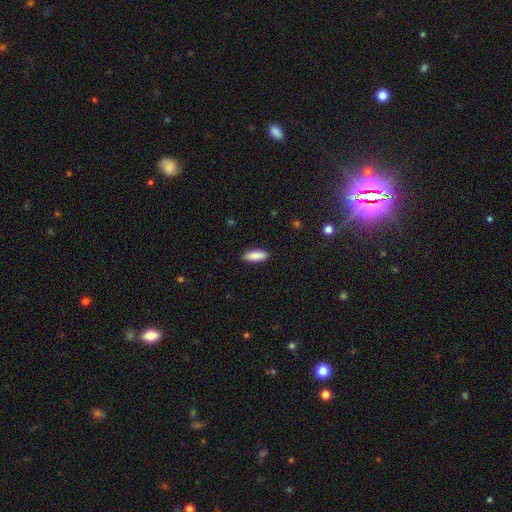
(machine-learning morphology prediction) The model was most divided on "how rounded": in between: 67%, cigar-shaped: 31%, round: 2%. More confident: merging — none (90%); smooth or featured — smooth (88%).